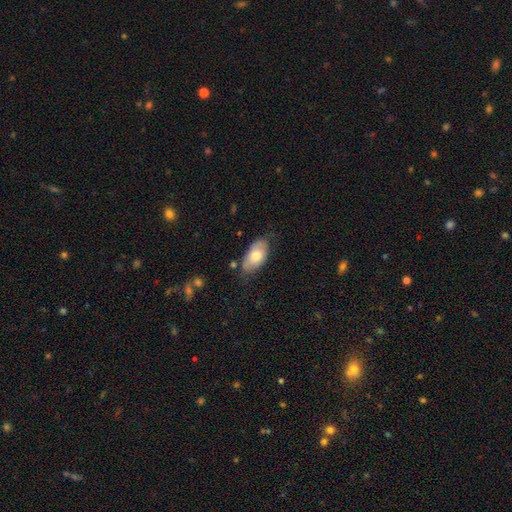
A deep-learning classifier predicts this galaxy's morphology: smooth 74%, featured or disk 20%, star or artifact 6%. Down the decision tree: how rounded — in between (94%); merging — none (66%).